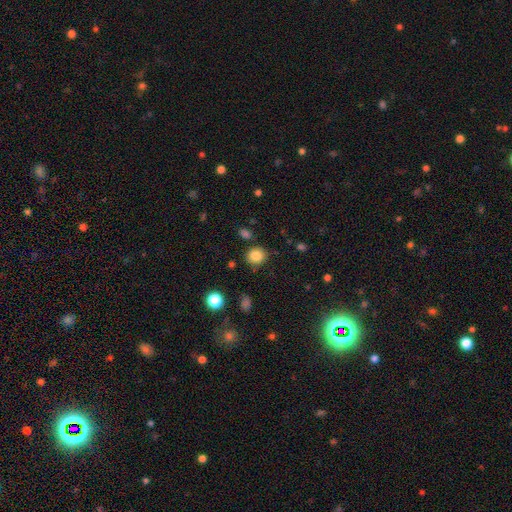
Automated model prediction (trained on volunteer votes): Morphology: type=smooth (85%); roundness=round (80%); merging=none (81%).